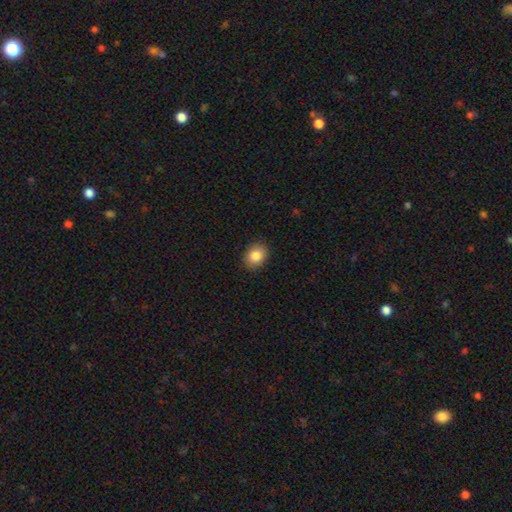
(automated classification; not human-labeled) Morphology: type=smooth (85%); roundness=in between (56%); merging=none (89%).